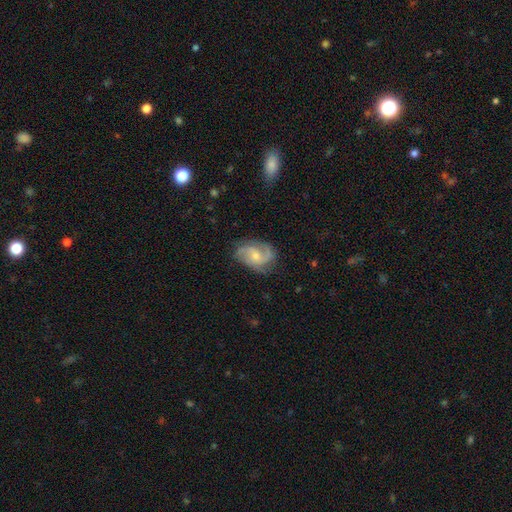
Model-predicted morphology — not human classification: Q: Smooth or featured?
A: featured or disk (79%); runner-up: smooth (15%)
Q: Edge-on disk?
A: no (98%); runner-up: yes (2%)
Q: Bar?
A: no (56%); runner-up: weak (38%)
Q: Spiral arms?
A: yes (95%); runner-up: no (5%)
Q: Spiral winding?
A: medium (51%); runner-up: tight (25%)
Q: Spiral arm count?
A: 2 (46%); runner-up: 3 (31%)
Q: Bulge size?
A: small (48%); runner-up: moderate (44%)
Q: Merging?
A: none (67%); runner-up: minor disturbance (22%)